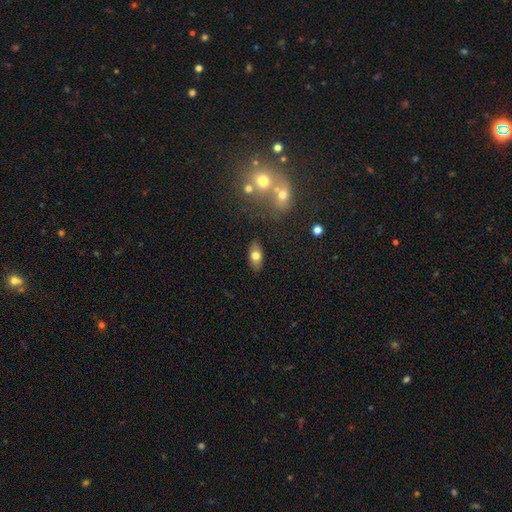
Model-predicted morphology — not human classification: Q: Smooth or featured?
A: smooth (73%); runner-up: featured or disk (17%)
Q: How rounded?
A: in between (89%); runner-up: round (7%)
Q: Merging?
A: none (84%); runner-up: minor disturbance (11%)